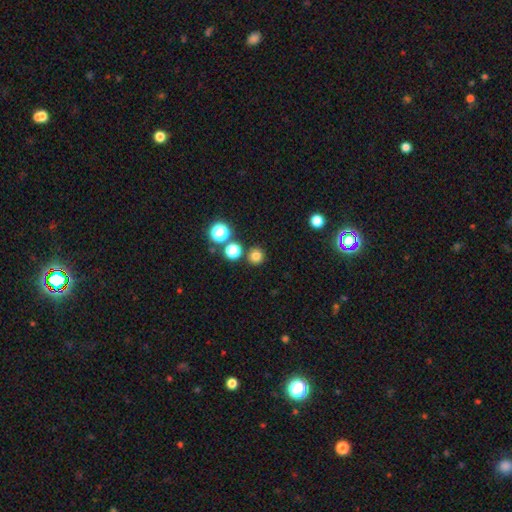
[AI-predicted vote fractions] Q: Smooth or featured?
A: smooth (76%); runner-up: star or artifact (18%)
Q: How rounded?
A: round (93%); runner-up: in between (6%)
Q: Merging?
A: none (84%); runner-up: merger (7%)